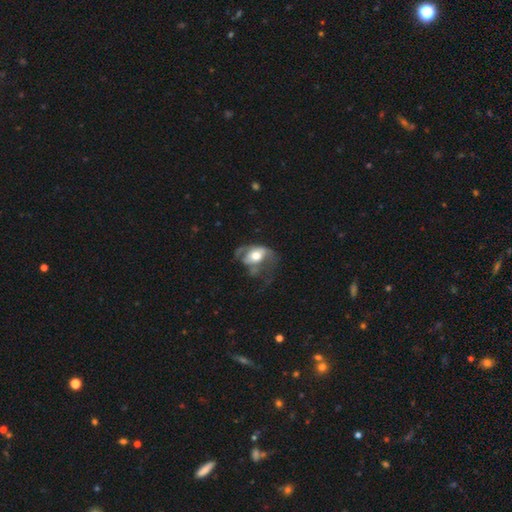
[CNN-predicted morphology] A featured or disk galaxy (53%). Merging: major disturbance (56%).